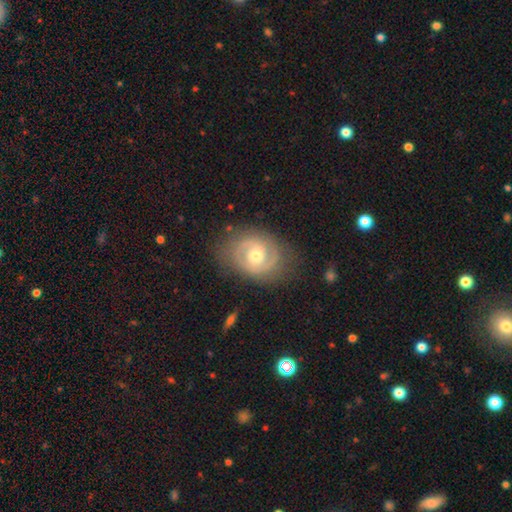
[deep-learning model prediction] smooth-or-featured: featured or disk: 80% | smooth: 15% | star or artifact: 6%
  disk-edge-on: no: 97% | yes: 3%
    bar: no: 60% | weak: 33% | strong: 7%
    has-spiral-arms: yes: 90% | no: 10%
      spiral-winding: tight: 54% | medium: 36% | loose: 10%
      spiral-arm-count: 2: 77% | can't tell: 12% | 3: 5% | 1: 4% | 4: 2% | more than 4: 1%
    bulge-size: moderate: 69% | small: 24% | large: 5% | none: 1% | dominant: 1%
  merging: none: 77% | minor disturbance: 16% | major disturbance: 6% | merger: 1%